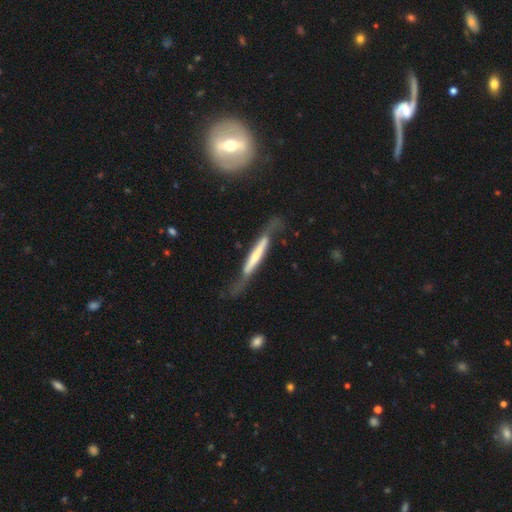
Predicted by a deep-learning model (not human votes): The model was most divided on "merging": none: 51%, minor disturbance: 25%, major disturbance: 20%, merger: 4%. More confident: edge-on disk — yes (74%); smooth or featured — featured or disk (65%).